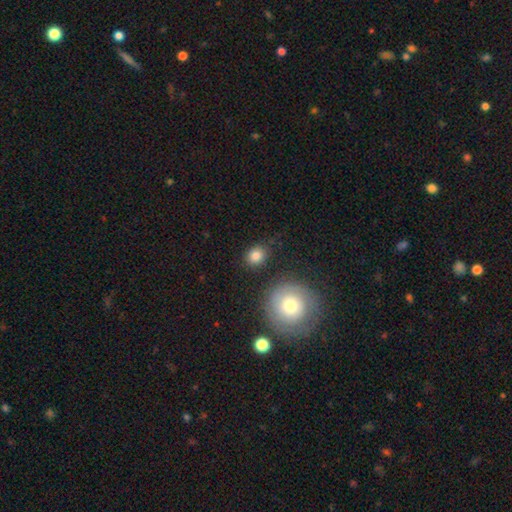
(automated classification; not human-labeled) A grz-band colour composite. It shows a smooth galaxy with no disk features (84%) that is round (63%). Merging: none (83%).